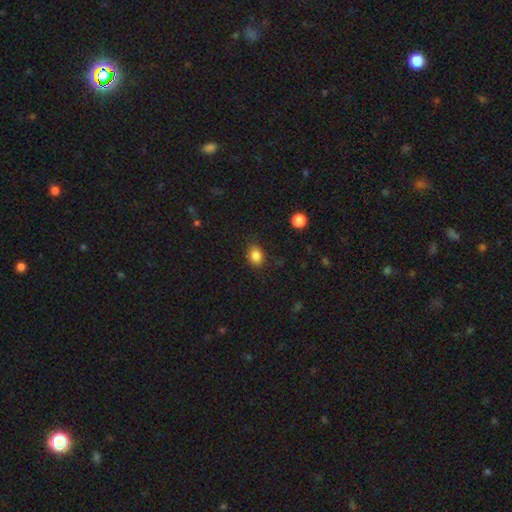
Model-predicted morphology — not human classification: A smooth galaxy with no disk features (85%) that is in between round and cigar-shaped (55%). Merging: none (83%).